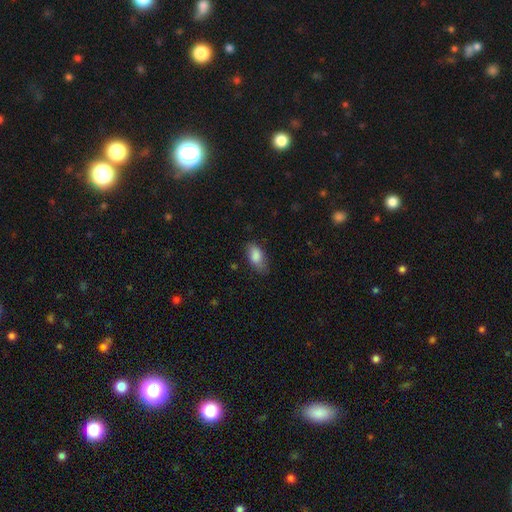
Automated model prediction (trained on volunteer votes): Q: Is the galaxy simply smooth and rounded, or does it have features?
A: smooth — 84%.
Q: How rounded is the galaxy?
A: in between — 90%.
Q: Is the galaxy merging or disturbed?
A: none — 71%.